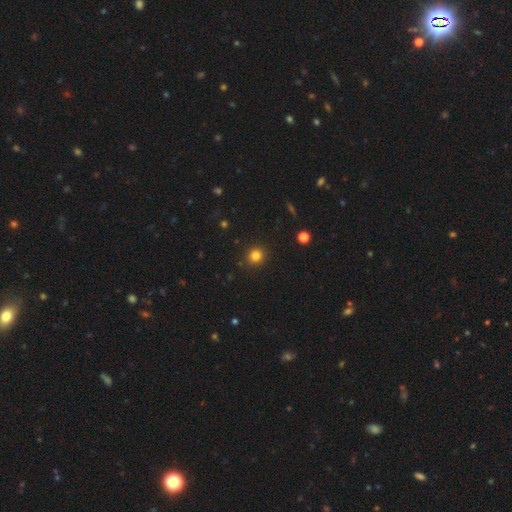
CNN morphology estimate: Smooth or featured? smooth (81%)
How rounded? round (87%)
Merging? none (90%)